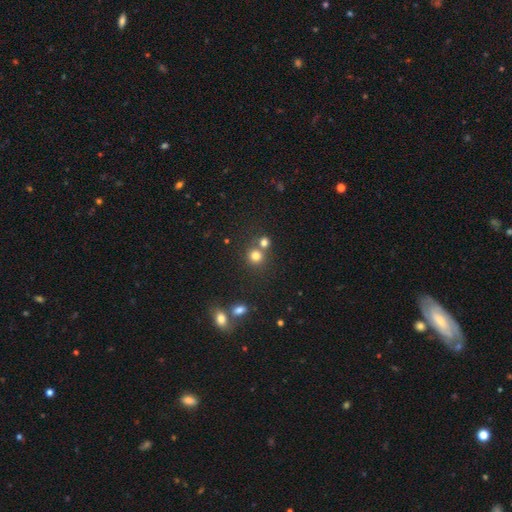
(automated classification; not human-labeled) This is likely a smooth galaxy (76%). How rounded: clearly round (88%). Merging: possibly none (60%).